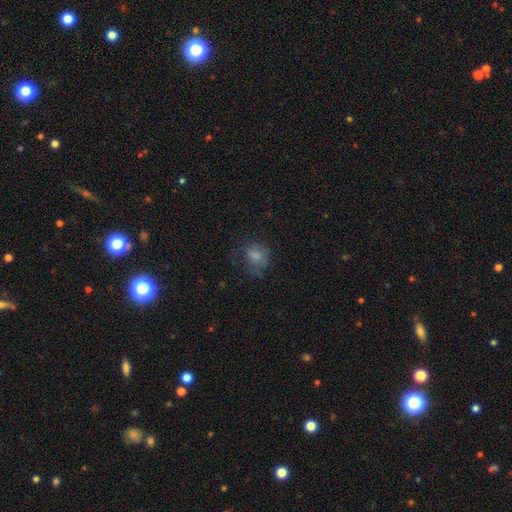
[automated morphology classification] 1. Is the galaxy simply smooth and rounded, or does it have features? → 72% smooth, 15% featured or disk, 13% star or artifact.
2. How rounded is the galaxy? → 61% round, 38% in between, 1% cigar-shaped.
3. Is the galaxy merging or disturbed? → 53% none, 24% minor disturbance, 22% major disturbance, 2% merger.